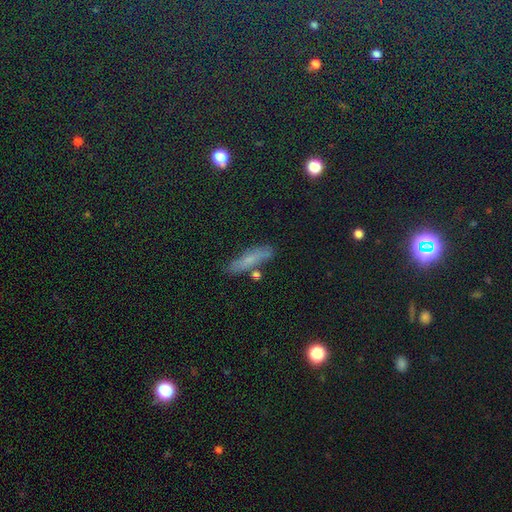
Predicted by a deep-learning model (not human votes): This appears to be a smooth galaxy with no disk features (68%) that is cigar-shaped (63%). Merging: none (72%).